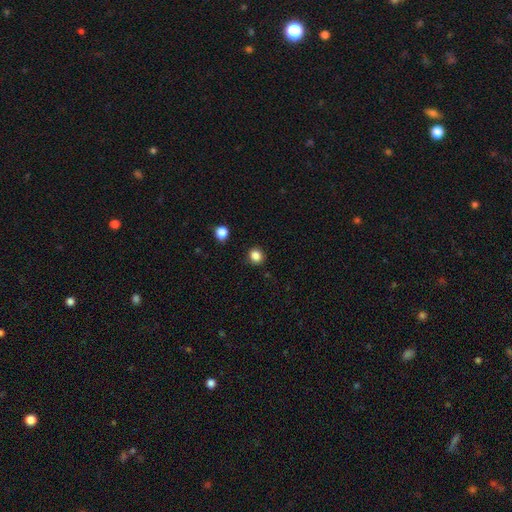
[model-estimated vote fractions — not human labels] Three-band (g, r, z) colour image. It shows a smooth galaxy with no disk features (85%) that is round (83%). Merging: none (89%).